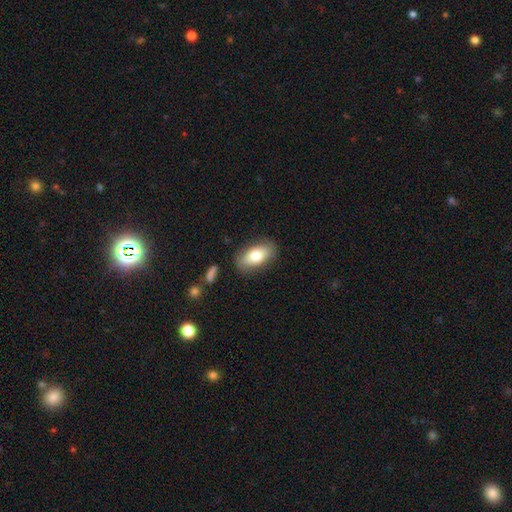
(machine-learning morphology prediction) The model was most divided on "smooth or featured": smooth: 74%, featured or disk: 19%, star or artifact: 7%. More confident: how rounded — in between (91%); merging — none (81%).